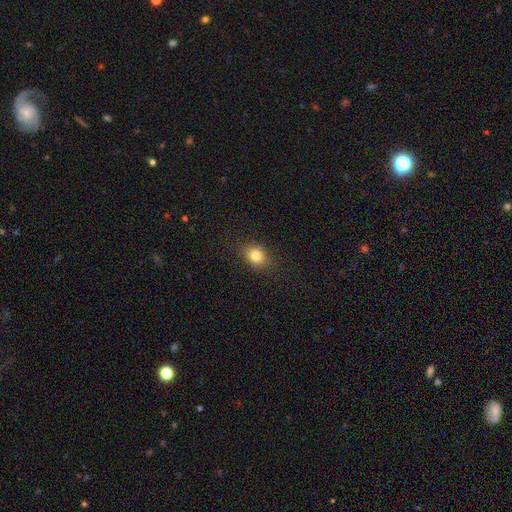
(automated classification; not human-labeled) This is clearly a smooth galaxy (81%). How rounded: possibly round (55%). Merging: clearly none (85%).